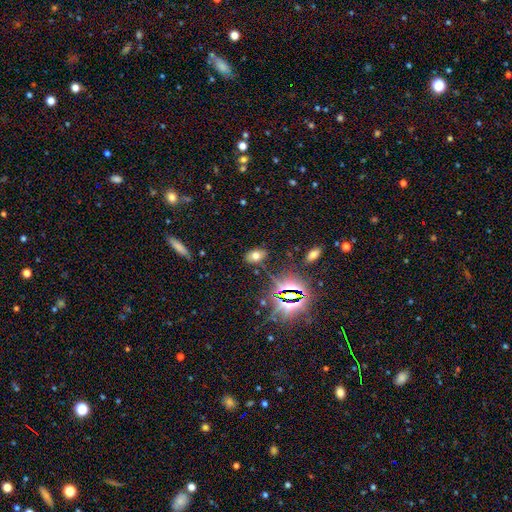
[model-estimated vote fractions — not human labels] Morphology: type=smooth (61%); roundness=in between (87%); merging=none (79%).